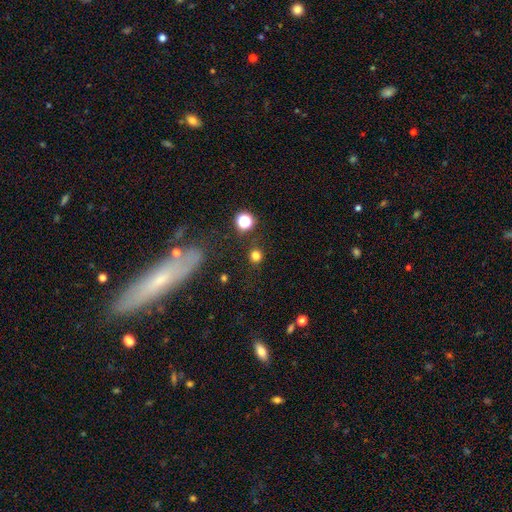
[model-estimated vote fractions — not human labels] smooth_or_featured: smooth (p=0.77) [alt: star or artifact p=0.18]
how_rounded: round (p=0.88) [alt: in between p=0.11]
merging: none (p=0.85) [alt: minor disturbance p=0.08]